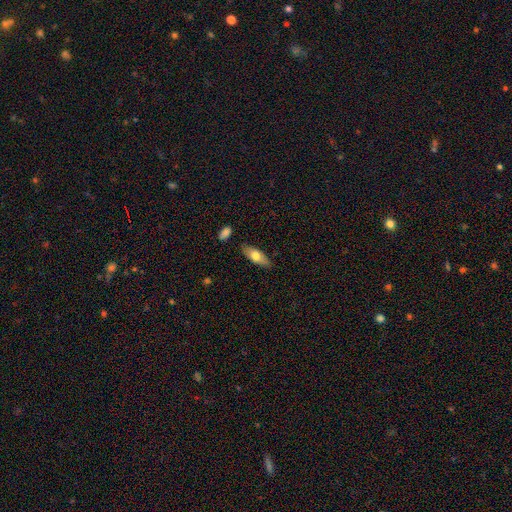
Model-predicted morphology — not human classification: This is likely a smooth galaxy (68%). How rounded: likely in between (70%). Merging: clearly none (83%).